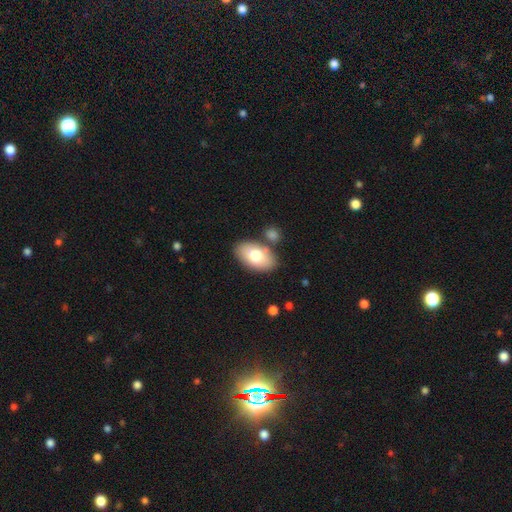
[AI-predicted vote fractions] A smooth galaxy with no disk features (73%) that is in between round and cigar-shaped (92%).

Vote fractions:
- Smooth or featured? smooth: 73% / featured or disk: 20% / star or artifact: 7%
- How rounded? in between: 92% / round: 7% / cigar-shaped: 1%
- Merging? none: 75% / minor disturbance: 12% / merger: 10% / major disturbance: 3%